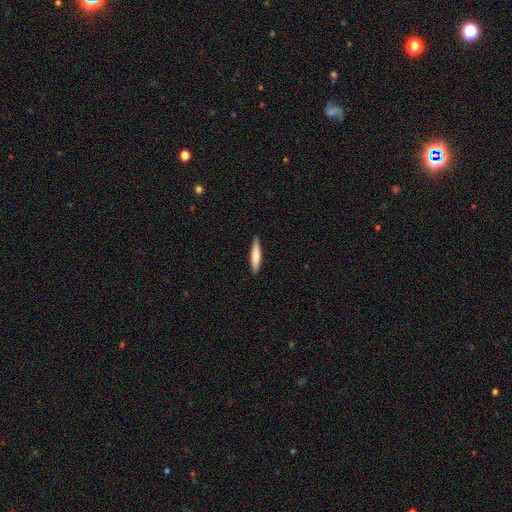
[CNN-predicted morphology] smooth_or_featured: smooth (p=0.71) [alt: featured or disk p=0.24]
how_rounded: cigar-shaped (p=0.87) [alt: in between p=0.12]
merging: none (p=0.91) [alt: minor disturbance p=0.07]